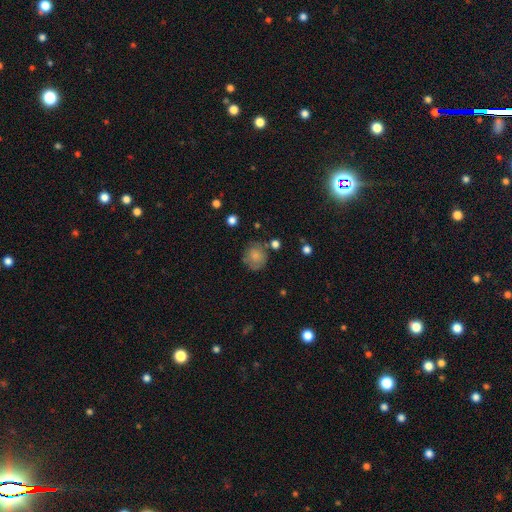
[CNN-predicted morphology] Overall: smooth (77%). How rounded: round (83%). Merging: none (67%).